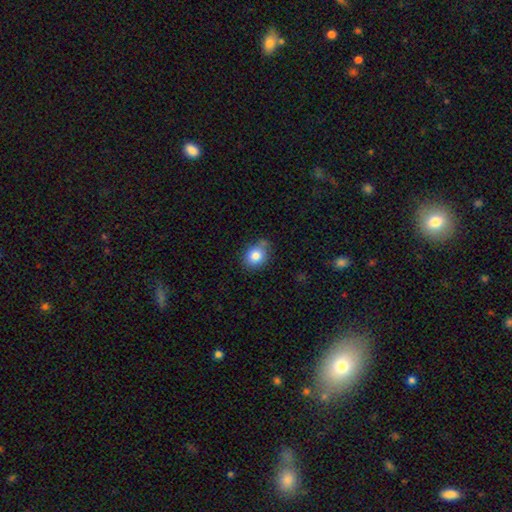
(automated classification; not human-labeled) smooth 82%, star or artifact 10%, featured or disk 8%. Down the decision tree: how rounded — round (56%); merging — none (70%).